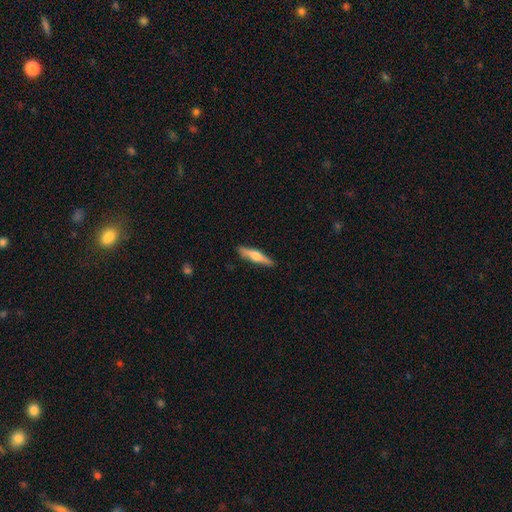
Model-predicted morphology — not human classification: A featured or disk galaxy (51%) viewed edge-on (95%). Merging: none (88%).